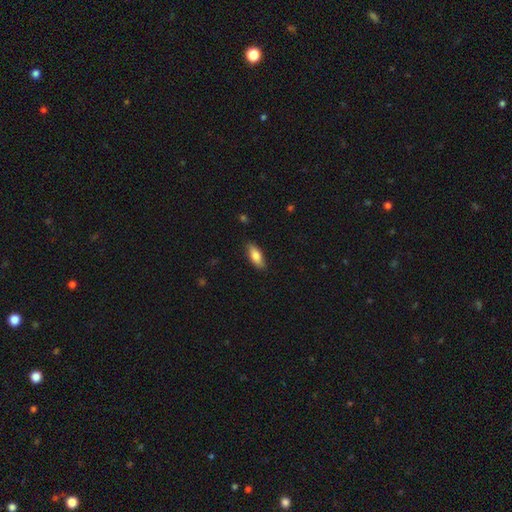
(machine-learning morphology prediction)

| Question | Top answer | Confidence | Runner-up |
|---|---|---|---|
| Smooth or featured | smooth | 82% | featured or disk (12%) |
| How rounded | in between | 77% | cigar-shaped (21%) |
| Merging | none | 86% | minor disturbance (11%) |